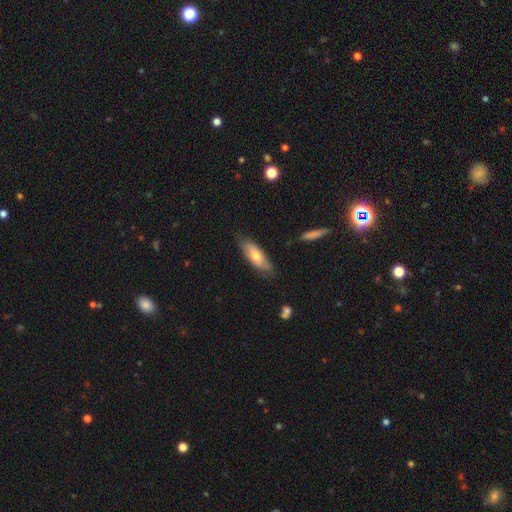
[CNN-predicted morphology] A smooth galaxy with no disk features (67%) that is in between round and cigar-shaped (58%). Merging: none (77%).